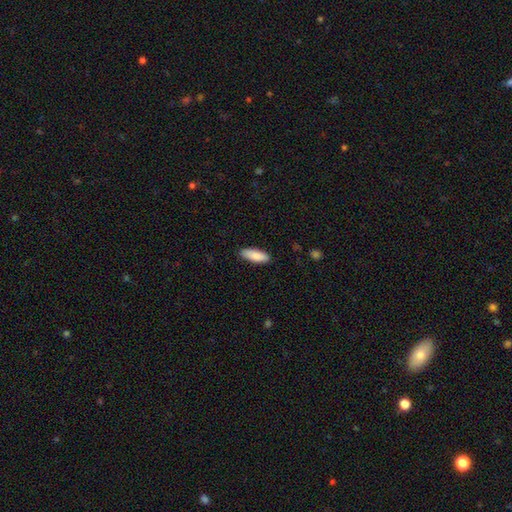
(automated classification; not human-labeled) Smooth or featured: smooth — 88% (featured or disk — 7%)
How rounded: in between — 66% (cigar-shaped — 32%)
Merging: none — 89% (minor disturbance — 9%)